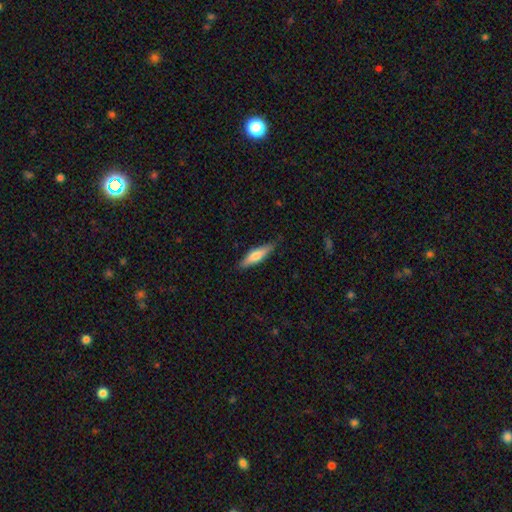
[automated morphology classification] Smooth or featured: smooth — 63% (featured or disk — 31%)
How rounded: cigar-shaped — 72% (in between — 26%)
Merging: none — 85% (minor disturbance — 12%)